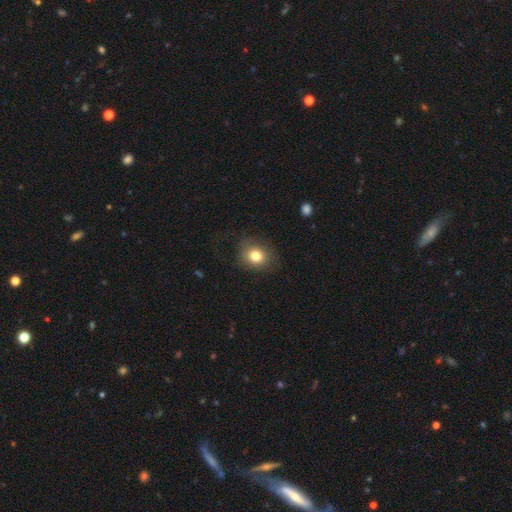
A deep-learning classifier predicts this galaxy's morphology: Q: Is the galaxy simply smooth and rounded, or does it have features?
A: smooth — 80%.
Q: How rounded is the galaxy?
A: round — 68%.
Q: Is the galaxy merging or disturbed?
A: none — 80%.